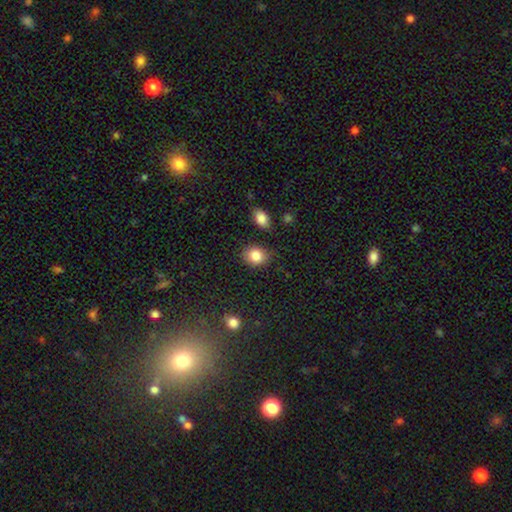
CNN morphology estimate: Q: Smooth or featured?
A: smooth (85%); runner-up: star or artifact (9%)
Q: How rounded?
A: round (55%); runner-up: in between (44%)
Q: Merging?
A: none (80%); runner-up: minor disturbance (13%)